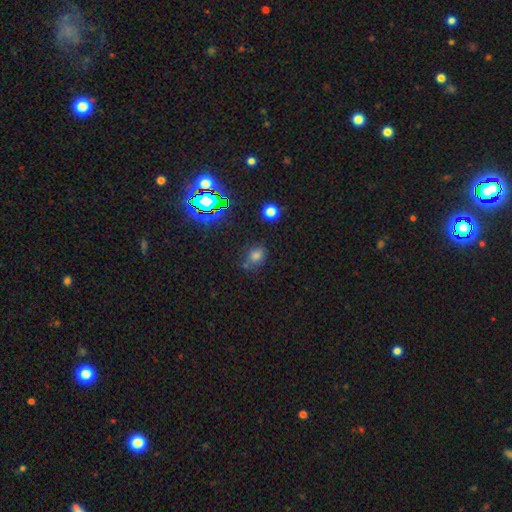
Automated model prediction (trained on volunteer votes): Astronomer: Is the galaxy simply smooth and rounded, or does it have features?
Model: smooth — 62%.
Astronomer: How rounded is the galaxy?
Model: round — 53% (runner-up: in between, 45%).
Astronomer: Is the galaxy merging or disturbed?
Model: none — 65%.